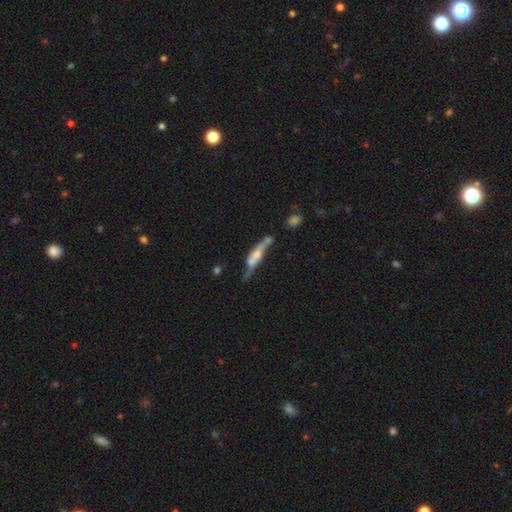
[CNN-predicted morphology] Q: Smooth or featured?
A: featured or disk (64%); runner-up: smooth (28%)
Q: Edge-on disk?
A: yes (75%); runner-up: no (25%)
Q: Merging?
A: none (41%); runner-up: merger (24%)